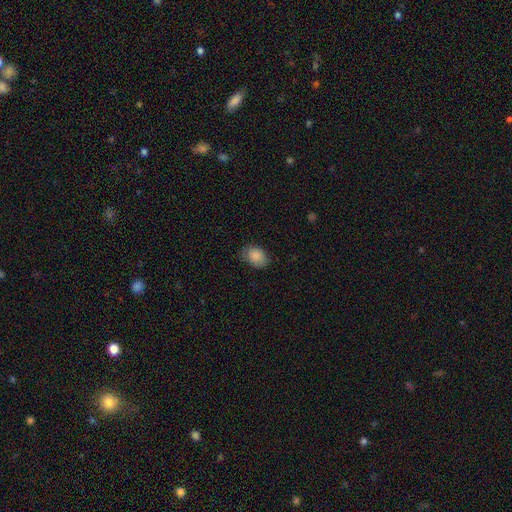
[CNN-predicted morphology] Smooth or featured?
  - smooth: 87% *
  - star or artifact: 8%
  - featured or disk: 5%
How rounded?
  - in between: 77% *
  - round: 22%
  - cigar-shaped: 1%
Merging?
  - none: 73% *
  - minor disturbance: 21%
  - major disturbance: 4%
  - merger: 1%